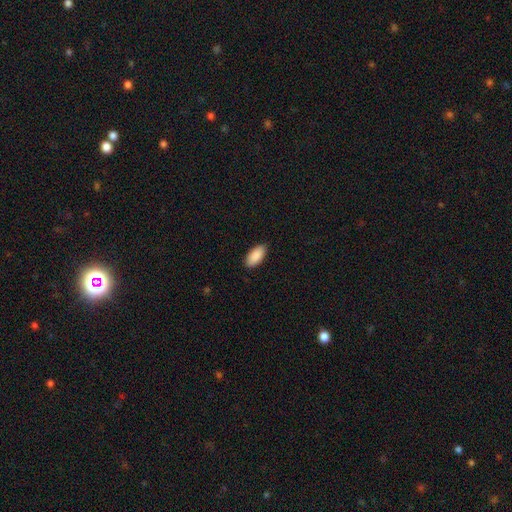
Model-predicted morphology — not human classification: The model was most divided on "merging": none: 88%, minor disturbance: 9%, major disturbance: 2%, merger: 1%. More confident: how rounded — in between (93%); smooth or featured — smooth (91%).